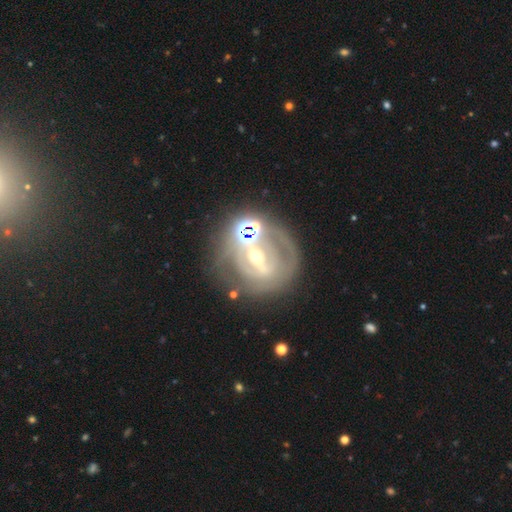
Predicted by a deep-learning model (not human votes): Smooth or featured?
  - featured or disk: 79% *
  - smooth: 11%
  - star or artifact: 10%
Edge-on disk?
  - no: 93% *
  - yes: 7%
Bar?
  - strong: 58% *
  - weak: 26%
  - no: 16%
Spiral arms?
  - yes: 60% *
  - no: 40%
Bulge size?
  - small: 60% *
  - moderate: 35%
  - large: 2%
  - none: 1%
  - dominant: 1%
Merging?
  - none: 64% *
  - minor disturbance: 16%
  - major disturbance: 12%
  - merger: 8%